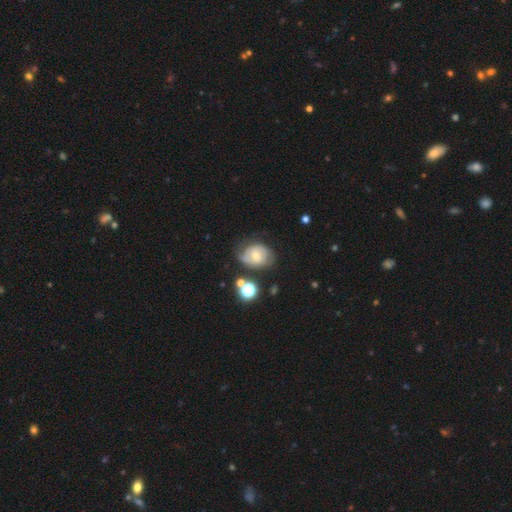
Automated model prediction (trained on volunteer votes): A featured or disk galaxy (55%) with no bar (57%), spiral arms (75%) and a moderate central bulge (55%). Merging: none (54%).